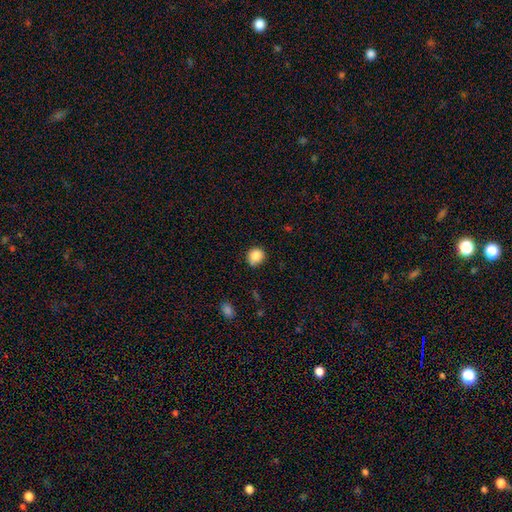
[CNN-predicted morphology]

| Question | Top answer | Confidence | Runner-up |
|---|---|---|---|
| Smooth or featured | smooth | 86% | star or artifact (10%) |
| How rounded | round | 82% | in between (17%) |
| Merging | none | 72% | minor disturbance (22%) |